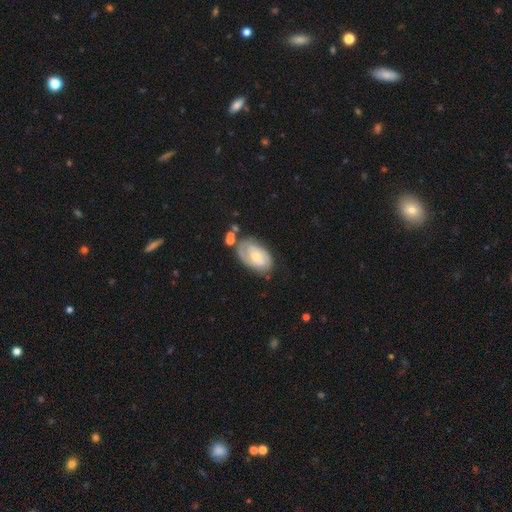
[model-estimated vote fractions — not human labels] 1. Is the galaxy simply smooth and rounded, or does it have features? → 65% featured or disk, 29% smooth, 6% star or artifact.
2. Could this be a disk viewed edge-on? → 95% no, 5% yes.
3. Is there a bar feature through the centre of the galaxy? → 67% no, 28% weak, 5% strong.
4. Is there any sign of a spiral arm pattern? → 82% yes, 18% no.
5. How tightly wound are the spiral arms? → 63% tight, 28% medium, 10% loose.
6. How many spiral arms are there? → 43% 2, 35% can't tell, 14% 1, 5% 3, 2% 4, 2% more than 4.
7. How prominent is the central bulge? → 48% moderate, 45% small, 4% large, 2% none, 1% dominant.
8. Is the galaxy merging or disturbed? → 58% none, 24% minor disturbance, 9% major disturbance, 8% merger.